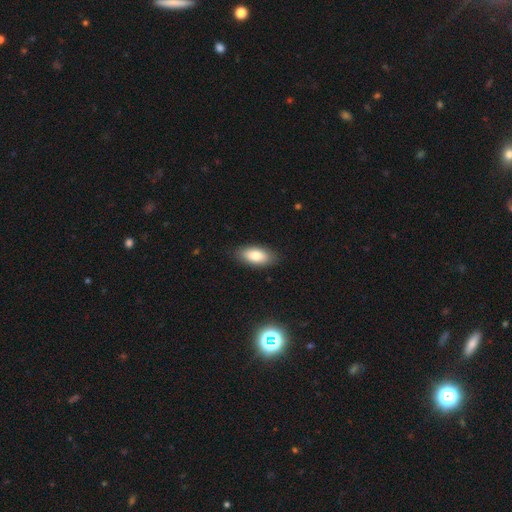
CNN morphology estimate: smooth 81%, featured or disk 12%, star or artifact 7%. Down the decision tree: how rounded — in between (90%); merging — none (87%).